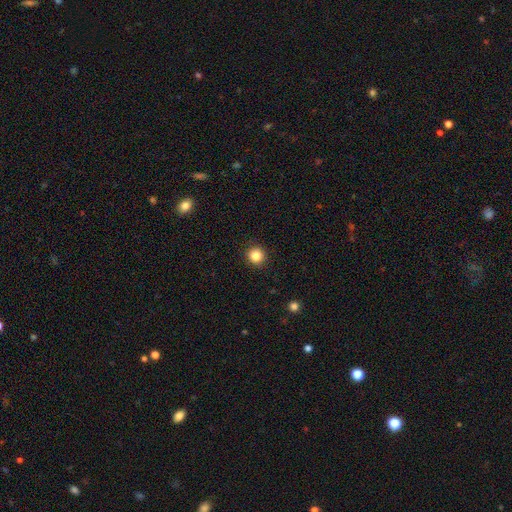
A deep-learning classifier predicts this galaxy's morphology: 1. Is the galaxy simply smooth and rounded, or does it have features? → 84% smooth, 11% star or artifact, 5% featured or disk.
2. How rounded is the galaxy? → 93% round, 6% in between, 1% cigar-shaped.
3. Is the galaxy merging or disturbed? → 92% none, 5% minor disturbance, 2% major disturbance, 1% merger.